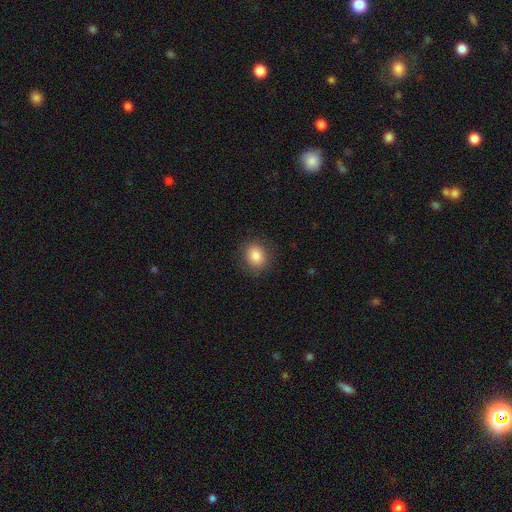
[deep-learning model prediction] smooth_or_featured: smooth (p=0.85) [alt: star or artifact p=0.09]
how_rounded: round (p=0.70) [alt: in between p=0.29]
merging: none (p=0.88) [alt: minor disturbance p=0.09]